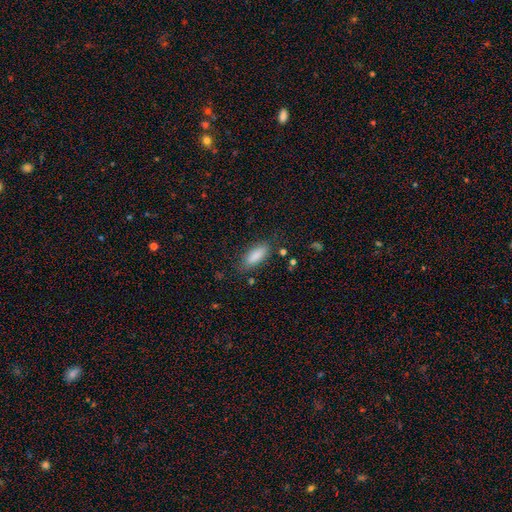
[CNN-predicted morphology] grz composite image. It shows a smooth galaxy with no disk features (87%) that is in between round and cigar-shaped (76%). Merging: none (80%).